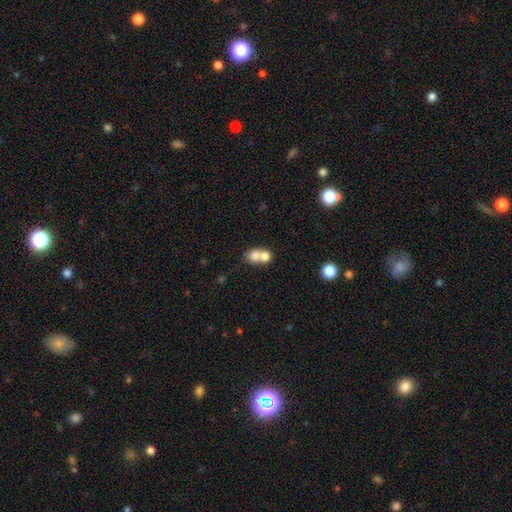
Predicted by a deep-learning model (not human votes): Smooth or featured? Predicted: smooth (p=0.74). How rounded? Predicted: round (p=0.57). Merging? Predicted: merger (p=0.68).